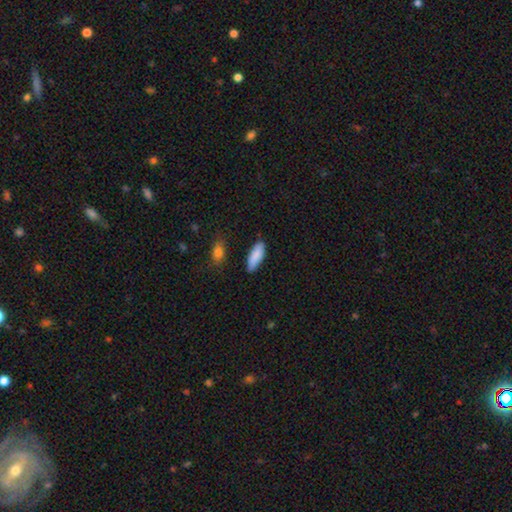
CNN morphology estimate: type=smooth (88%); roundness=in between (70%); merging=none (81%).